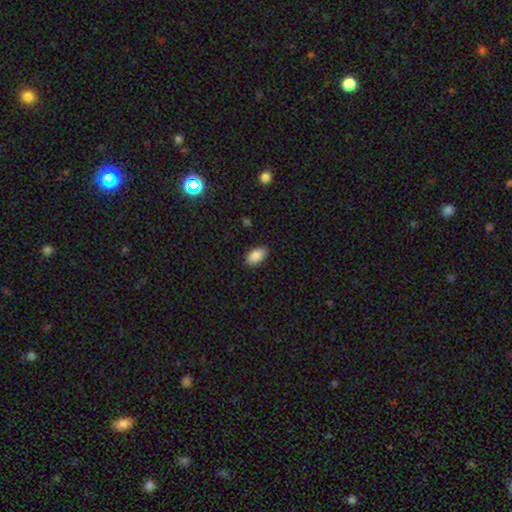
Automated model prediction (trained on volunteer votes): This is clearly a smooth galaxy (89%). How rounded: clearly in between (94%). Merging: clearly none (88%).